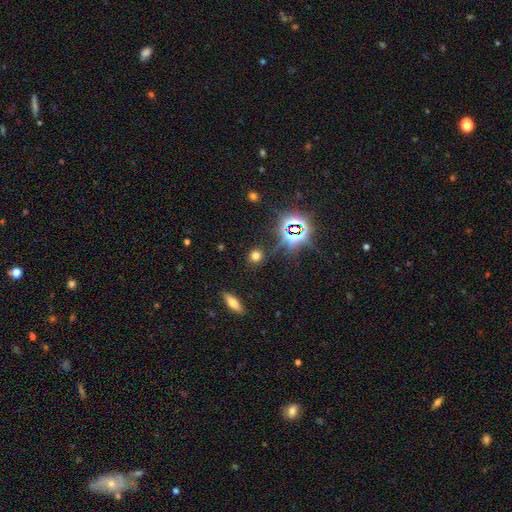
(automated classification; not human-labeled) A smooth galaxy with no disk features (61%) that is round (84%).

Vote fractions:
- Smooth or featured? smooth: 61% / star or artifact: 32% / featured or disk: 7%
- How rounded? round: 84% / in between: 14% / cigar-shaped: 2%
- Merging? none: 86% / minor disturbance: 8% / major disturbance: 3% / merger: 3%